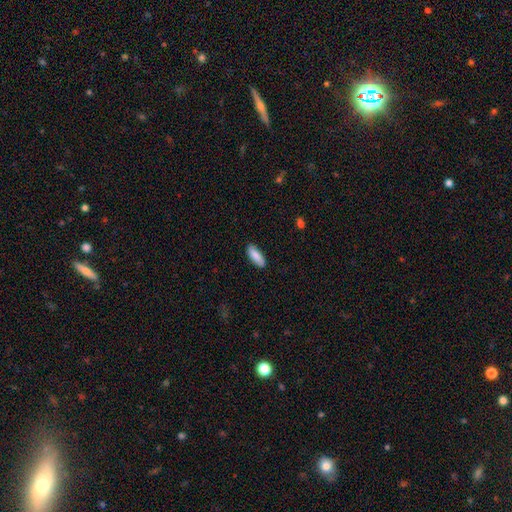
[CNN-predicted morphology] smooth-or-featured: smooth: 86% | featured or disk: 8% | star or artifact: 6%
  how-rounded: in between: 67% | cigar-shaped: 31% | round: 2%
  merging: none: 87% | minor disturbance: 10% | major disturbance: 2% | merger: 1%